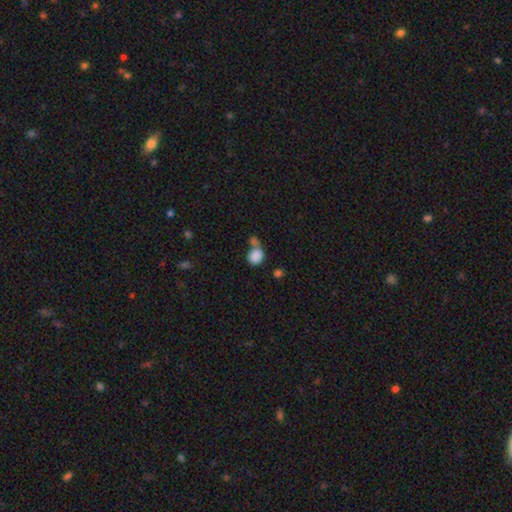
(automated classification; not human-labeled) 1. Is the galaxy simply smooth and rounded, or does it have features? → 83% smooth, 9% star or artifact, 8% featured or disk.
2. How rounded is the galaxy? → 58% round, 40% in between, 1% cigar-shaped.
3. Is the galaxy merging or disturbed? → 48% merger, 29% none, 14% minor disturbance, 9% major disturbance.